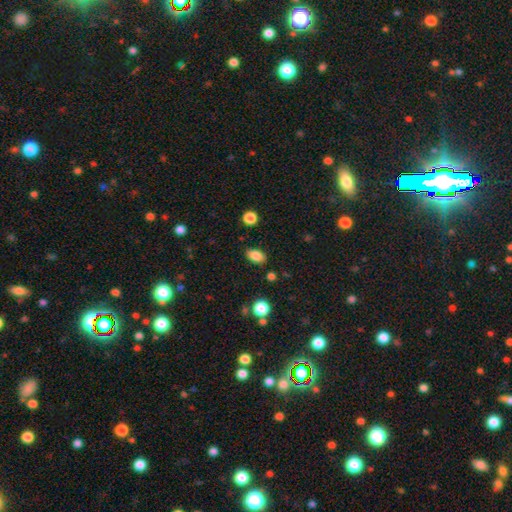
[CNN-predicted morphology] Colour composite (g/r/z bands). It shows a smooth galaxy with no disk features (86%) that is in between round and cigar-shaped (88%). Merging: none (86%).